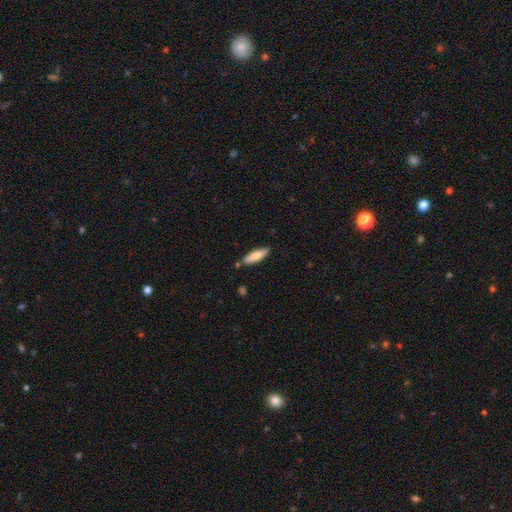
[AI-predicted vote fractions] This is likely a smooth galaxy (77%). How rounded: possibly cigar-shaped (57%). Merging: clearly none (82%).